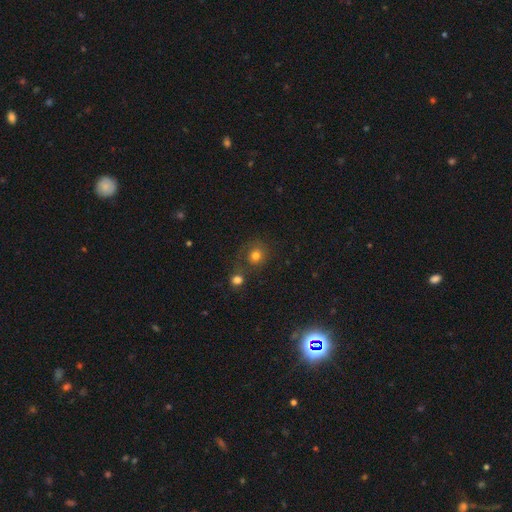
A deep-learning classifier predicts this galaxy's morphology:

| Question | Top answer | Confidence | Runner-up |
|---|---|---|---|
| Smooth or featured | smooth | 75% | star or artifact (14%) |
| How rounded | round | 83% | in between (16%) |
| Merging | none | 58% | merger (22%) |